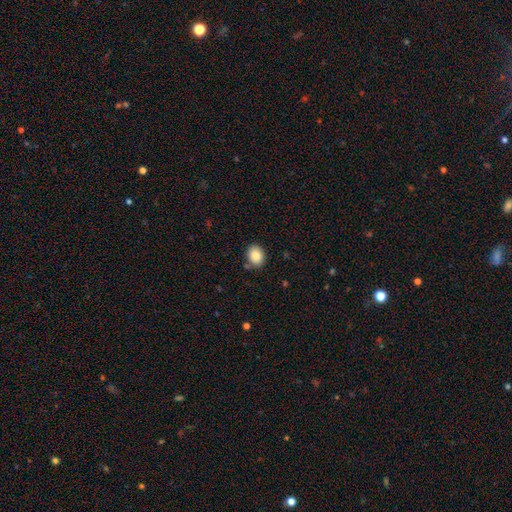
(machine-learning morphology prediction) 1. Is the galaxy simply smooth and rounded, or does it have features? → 86% smooth, 8% star or artifact, 6% featured or disk.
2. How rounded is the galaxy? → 59% in between, 40% round, 1% cigar-shaped.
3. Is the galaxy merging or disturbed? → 84% none, 10% minor disturbance, 3% merger, 2% major disturbance.